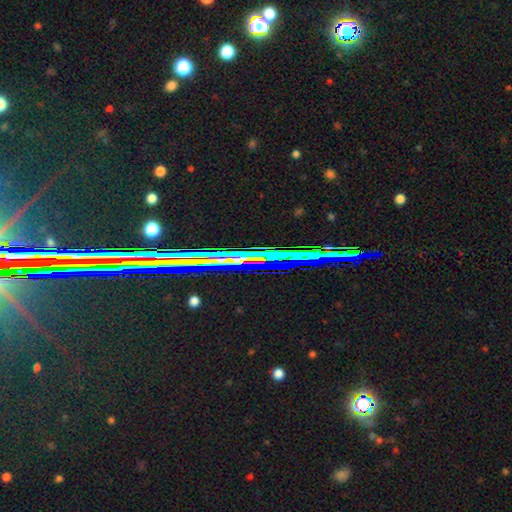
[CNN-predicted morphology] Smooth or featured? Predicted: star or artifact (p=0.74).